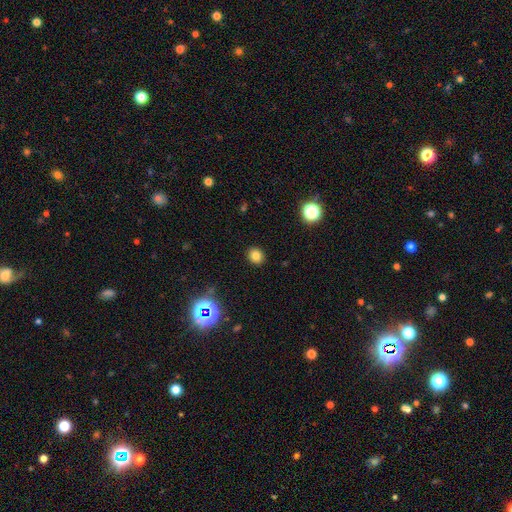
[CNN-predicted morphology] A smooth galaxy with no disk features (78%) that is round (75%).

Vote fractions:
- Smooth or featured? smooth: 78% / star or artifact: 15% / featured or disk: 7%
- How rounded? round: 75% / in between: 24% / cigar-shaped: 1%
- Merging? none: 91% / minor disturbance: 6% / major disturbance: 2% / merger: 1%